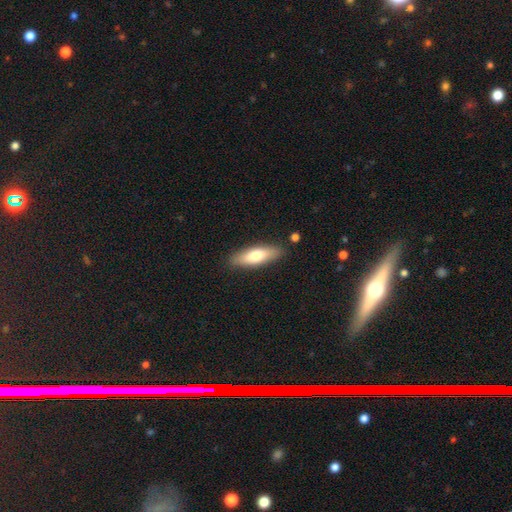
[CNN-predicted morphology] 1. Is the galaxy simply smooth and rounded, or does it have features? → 70% smooth, 24% featured or disk, 6% star or artifact.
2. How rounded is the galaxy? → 52% cigar-shaped, 46% in between, 2% round.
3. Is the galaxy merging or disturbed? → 85% none, 10% minor disturbance, 2% merger, 2% major disturbance.